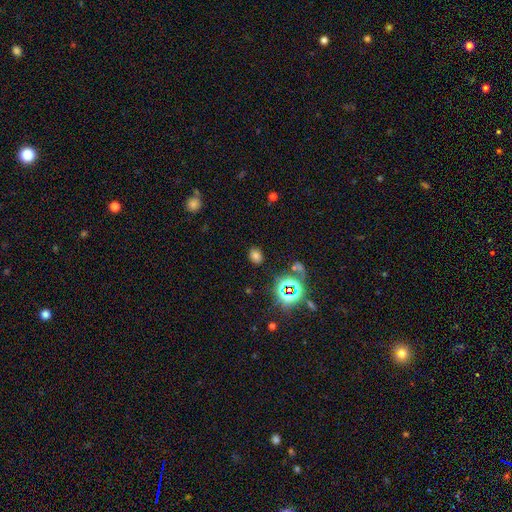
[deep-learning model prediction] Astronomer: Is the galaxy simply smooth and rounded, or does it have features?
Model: smooth — 63%.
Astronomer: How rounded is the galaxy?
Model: in between — 56% (runner-up: round, 43%).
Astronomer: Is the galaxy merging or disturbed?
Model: none — 84%.